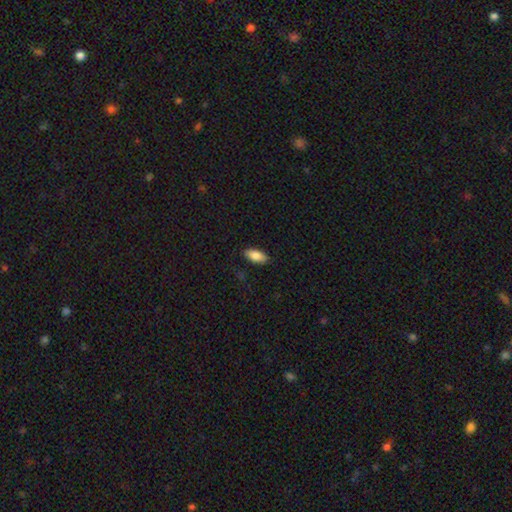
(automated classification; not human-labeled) Overall: smooth (84%). How rounded: in between (86%). Merging: none (87%).